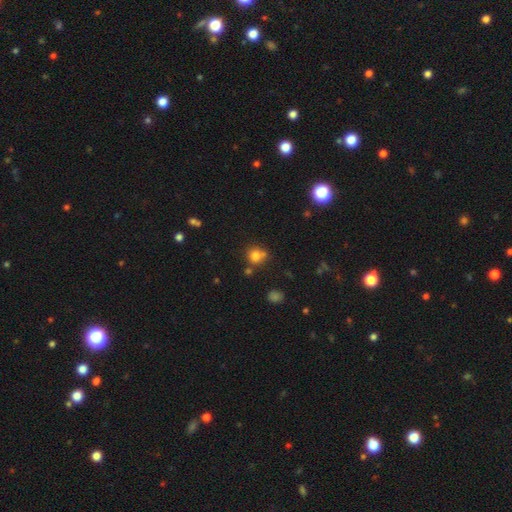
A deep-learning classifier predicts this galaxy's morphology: The model was most divided on "merging": none: 61%, merger: 20%, minor disturbance: 14%, major disturbance: 5%. More confident: how rounded — round (85%); smooth or featured — smooth (78%).